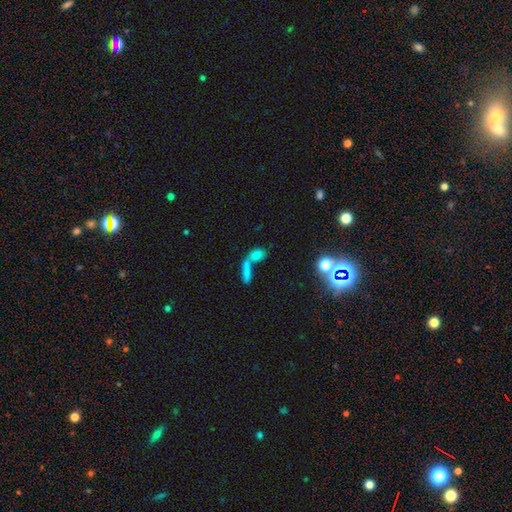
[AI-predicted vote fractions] A smooth galaxy with no disk features (72%) that is in between round and cigar-shaped (62%). Merging: merger (58%).